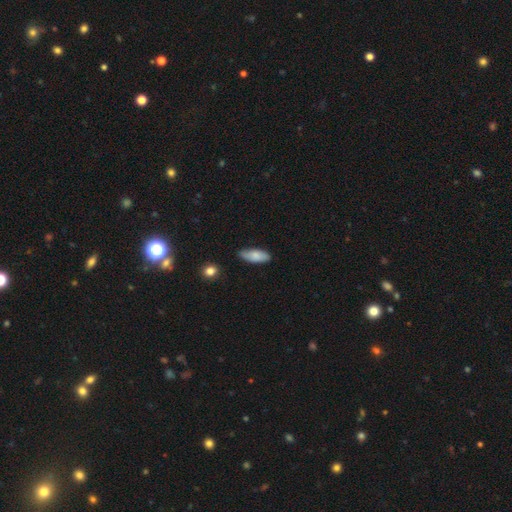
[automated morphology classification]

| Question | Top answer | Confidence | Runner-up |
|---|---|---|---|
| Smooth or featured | smooth | 80% | featured or disk (14%) |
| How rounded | in between | 76% | cigar-shaped (22%) |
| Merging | none | 75% | minor disturbance (20%) |